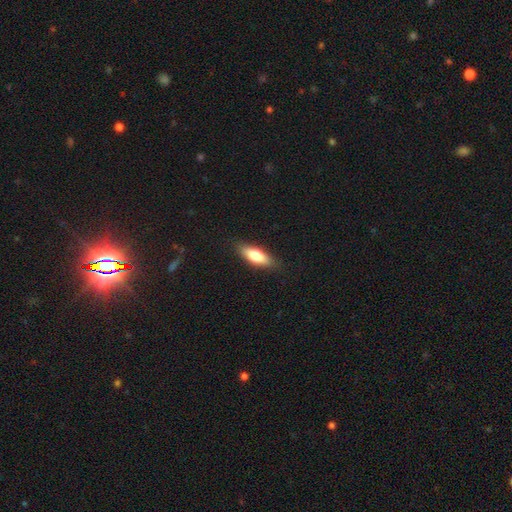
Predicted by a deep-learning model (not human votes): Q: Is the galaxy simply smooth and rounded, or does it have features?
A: smooth — 77%.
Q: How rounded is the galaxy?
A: in between — 63%.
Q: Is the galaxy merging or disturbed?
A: none — 85%.